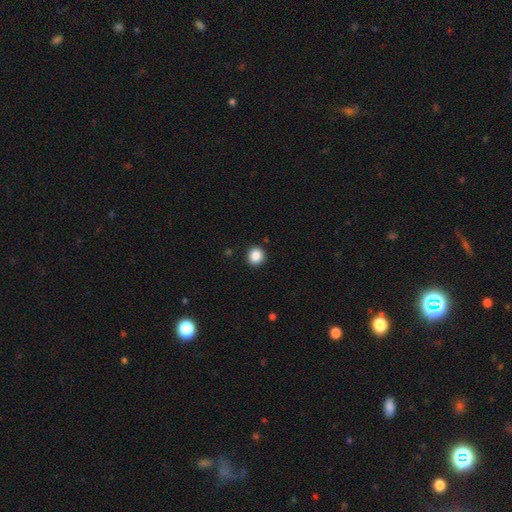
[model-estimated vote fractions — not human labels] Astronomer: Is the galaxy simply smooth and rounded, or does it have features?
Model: smooth — 87%.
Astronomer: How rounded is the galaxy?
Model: round — 92%.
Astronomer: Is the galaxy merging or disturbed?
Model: none — 92%.